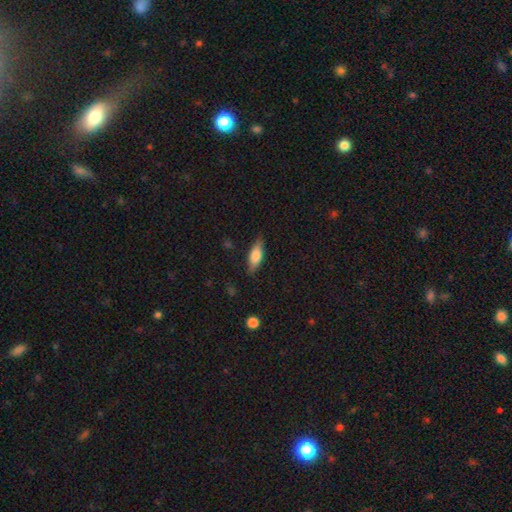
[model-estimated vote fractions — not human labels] smooth-or-featured: smooth: 73% | featured or disk: 21% | star or artifact: 6%
  how-rounded: in between: 65% | cigar-shaped: 32% | round: 3%
  merging: none: 81% | minor disturbance: 15% | major disturbance: 3% | merger: 1%